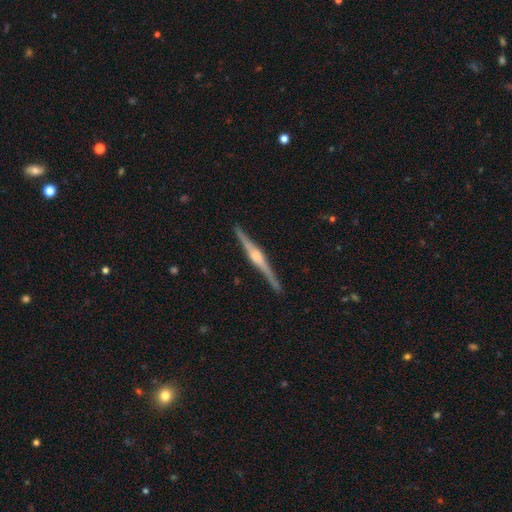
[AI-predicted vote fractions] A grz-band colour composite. It shows a featured or disk galaxy (87%) viewed edge-on (98%) with a rounded central bulge (70%). Merging: none (91%).